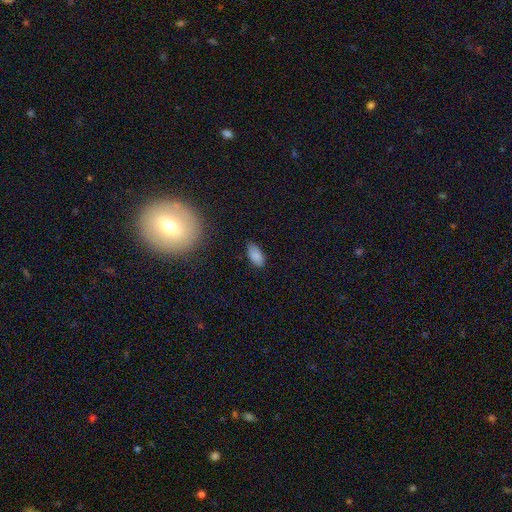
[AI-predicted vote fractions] Smooth or featured?
  - smooth: 85% *
  - star or artifact: 9%
  - featured or disk: 6%
How rounded?
  - in between: 91% *
  - cigar-shaped: 6%
  - round: 2%
Merging?
  - none: 81% *
  - minor disturbance: 14%
  - major disturbance: 3%
  - merger: 1%